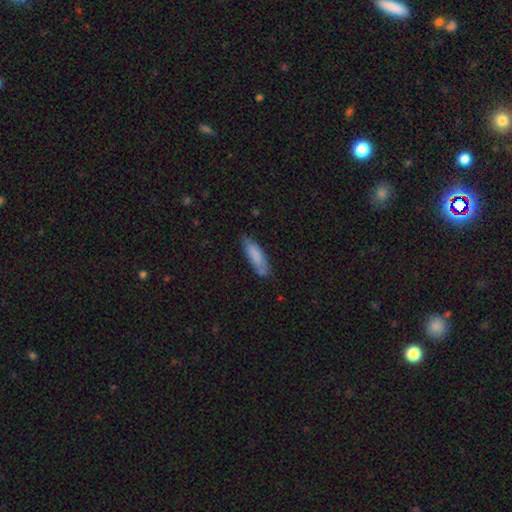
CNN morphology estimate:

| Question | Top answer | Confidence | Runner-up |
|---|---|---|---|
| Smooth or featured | smooth | 80% | featured or disk (14%) |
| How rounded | cigar-shaped | 51% | in between (48%) |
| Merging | none | 68% | minor disturbance (24%) |